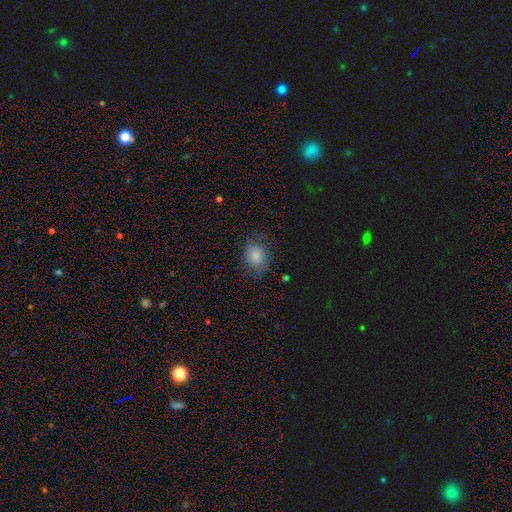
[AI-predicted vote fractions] Smooth or featured?
  - smooth: 81% *
  - star or artifact: 11%
  - featured or disk: 9%
How rounded?
  - in between: 51% *
  - round: 48%
  - cigar-shaped: 1%
Merging?
  - none: 75% *
  - minor disturbance: 18%
  - major disturbance: 6%
  - merger: 1%